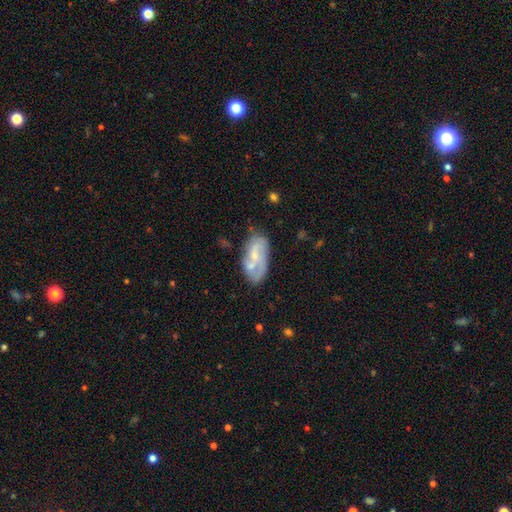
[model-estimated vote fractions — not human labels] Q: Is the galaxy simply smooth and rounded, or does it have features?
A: featured or disk — 60%.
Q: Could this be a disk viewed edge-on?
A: no — 94%.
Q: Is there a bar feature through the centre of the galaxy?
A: no — 54%.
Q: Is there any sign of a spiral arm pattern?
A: yes — 73%.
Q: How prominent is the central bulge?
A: small — 58%.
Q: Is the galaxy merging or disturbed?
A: none — 51%.